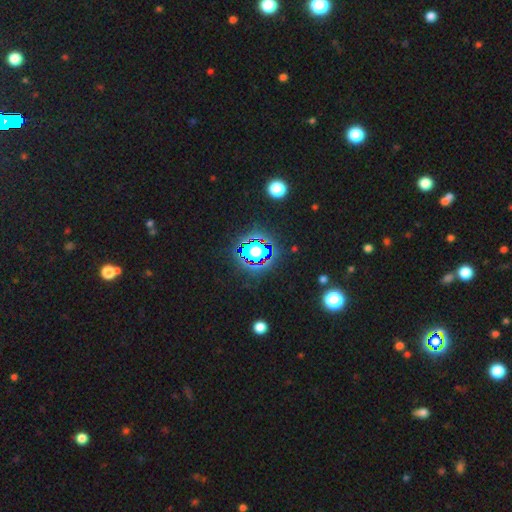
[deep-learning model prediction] Smooth or featured?
  - star or artifact: 78% *
  - smooth: 14%
  - featured or disk: 8%